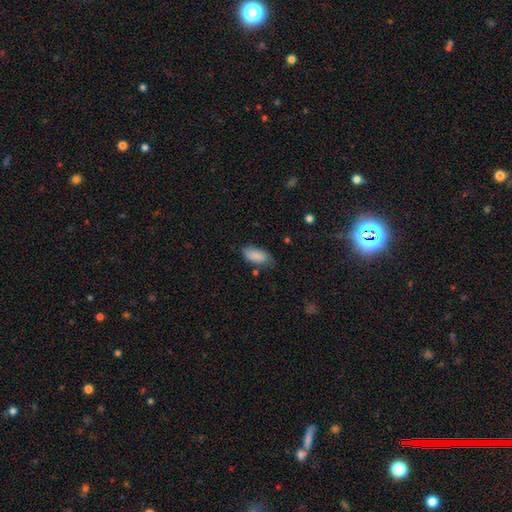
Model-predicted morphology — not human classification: A smooth galaxy with no disk features (87%) that is in between round and cigar-shaped (90%).

Vote fractions:
- Smooth or featured? smooth: 87% / star or artifact: 7% / featured or disk: 6%
- How rounded? in between: 90% / cigar-shaped: 8% / round: 2%
- Merging? none: 70% / minor disturbance: 23% / major disturbance: 5% / merger: 3%